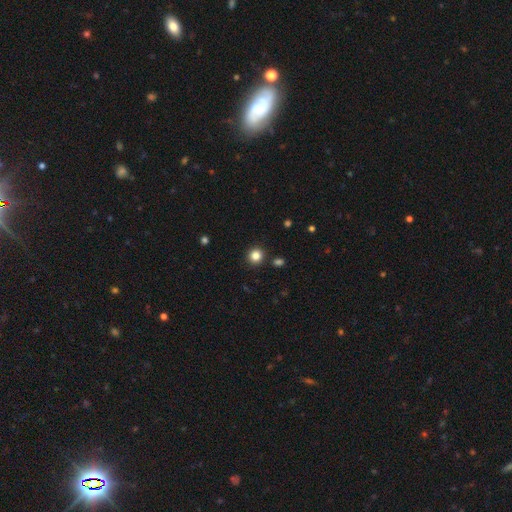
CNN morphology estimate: Smooth or featured? Predicted: smooth (p=0.84). How rounded? Predicted: round (p=0.92). Merging? Predicted: none (p=0.90).